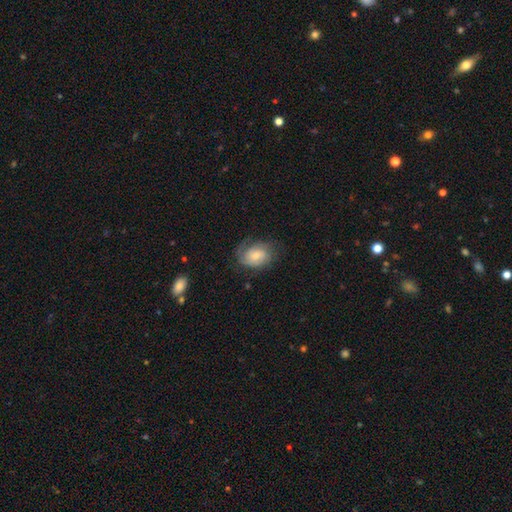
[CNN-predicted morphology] type=featured or disk (55%); edge-on=no (97%); bar=no (66%); spiral arms=yes (88%); bulge=moderate (42%); merging=none (60%).